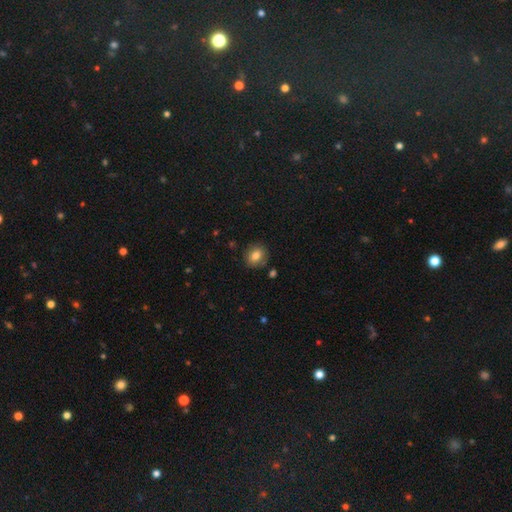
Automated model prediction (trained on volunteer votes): A smooth galaxy with no disk features (81%) that is round (67%). Merging: none (84%).